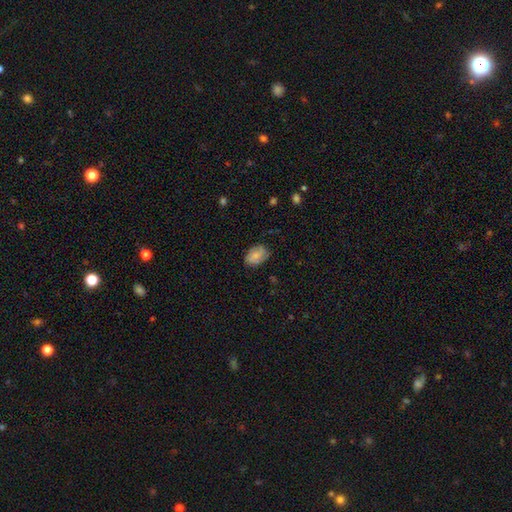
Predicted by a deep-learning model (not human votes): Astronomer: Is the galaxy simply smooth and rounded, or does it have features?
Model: smooth — 66%.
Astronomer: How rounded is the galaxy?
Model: in between — 83%.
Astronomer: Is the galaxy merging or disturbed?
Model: none — 71%.